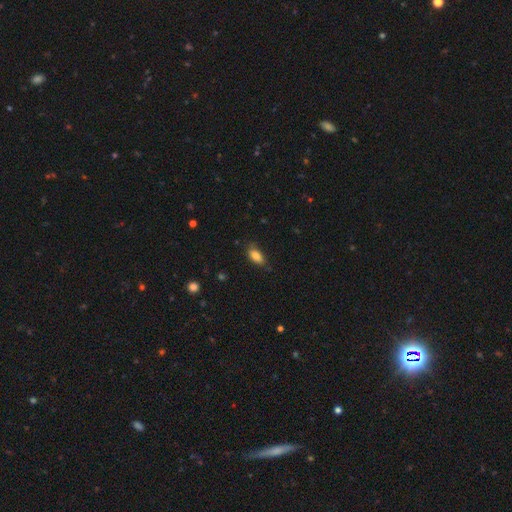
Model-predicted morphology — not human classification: smooth-or-featured: smooth: 85% | star or artifact: 8% | featured or disk: 7%
  how-rounded: in between: 88% | cigar-shaped: 8% | round: 4%
  merging: none: 71% | minor disturbance: 23% | major disturbance: 5% | merger: 1%